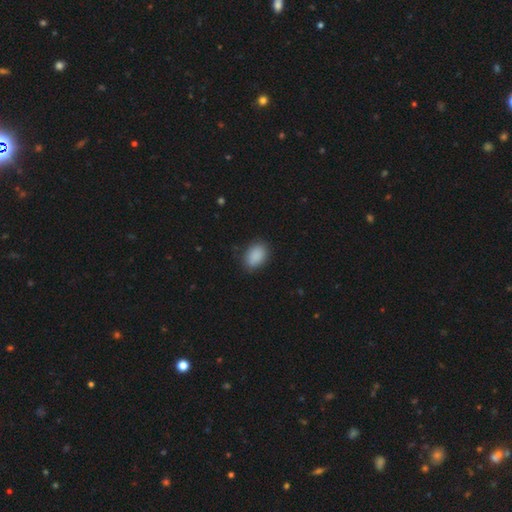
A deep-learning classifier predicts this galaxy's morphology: A smooth galaxy with no disk features (89%) that is in between round and cigar-shaped (81%). Merging: none (80%).